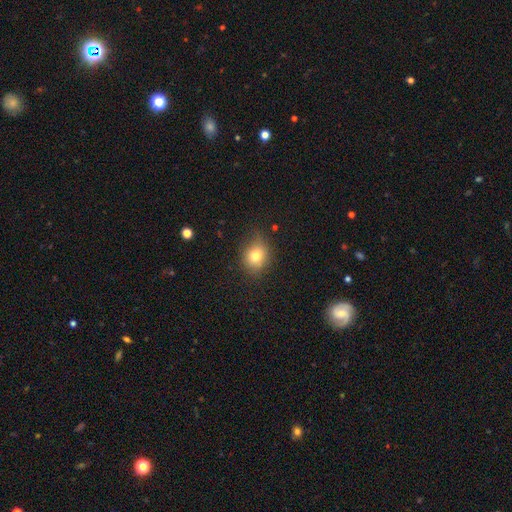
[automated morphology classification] Overall: smooth (76%). How rounded: round (61%; in between 38%). Merging: none (74%).